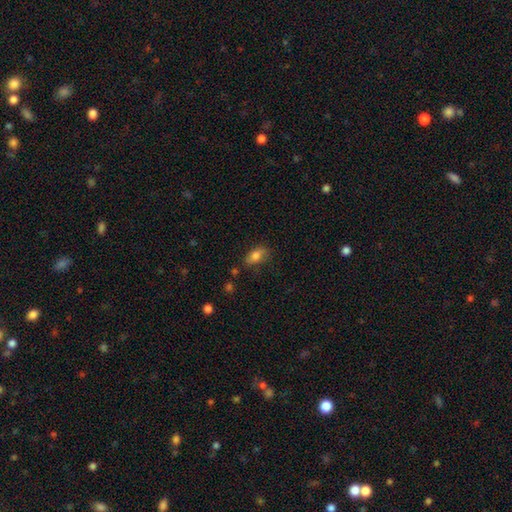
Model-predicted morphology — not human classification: Smooth or featured?
  - smooth: 80% *
  - featured or disk: 11%
  - star or artifact: 9%
How rounded?
  - in between: 85% *
  - round: 10%
  - cigar-shaped: 5%
Merging?
  - none: 68% *
  - minor disturbance: 23%
  - major disturbance: 6%
  - merger: 3%